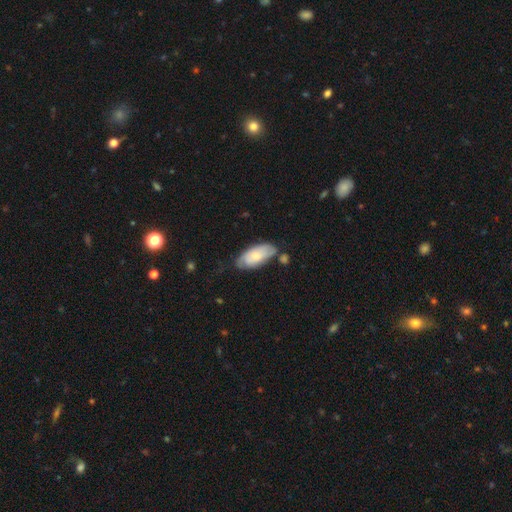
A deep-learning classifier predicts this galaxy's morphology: Q: Smooth or featured?
A: smooth (70%); runner-up: featured or disk (24%)
Q: How rounded?
A: in between (90%); runner-up: cigar-shaped (8%)
Q: Merging?
A: none (58%); runner-up: minor disturbance (26%)